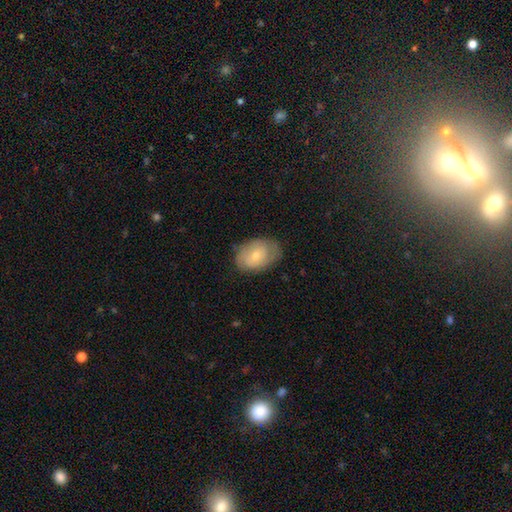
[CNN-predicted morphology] Smooth or featured?
  - smooth: 60% *
  - featured or disk: 34%
  - star or artifact: 6%
How rounded?
  - in between: 81% *
  - round: 17%
  - cigar-shaped: 1%
Merging?
  - none: 72% *
  - minor disturbance: 22%
  - major disturbance: 5%
  - merger: 1%